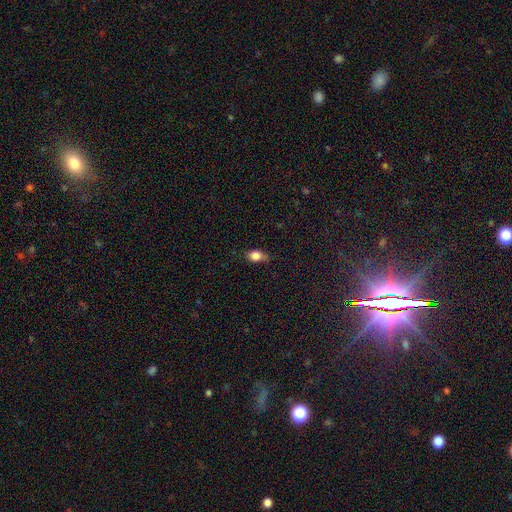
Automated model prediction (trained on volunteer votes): Smooth or featured? smooth (82%)
How rounded? in between (67%)
Merging? none (62%)